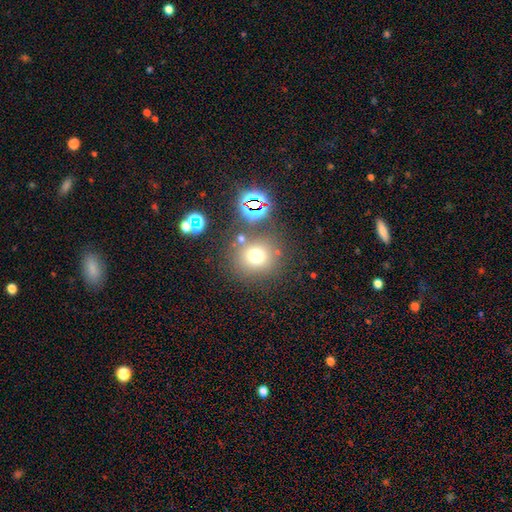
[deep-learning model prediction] This is likely a smooth galaxy (68%). How rounded: clearly round (88%). Merging: likely none (74%).